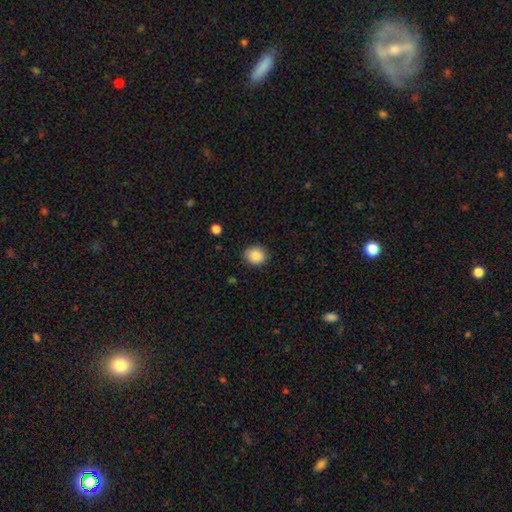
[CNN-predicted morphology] This is clearly a smooth galaxy (86%). How rounded: likely round (63%). Merging: clearly none (86%).